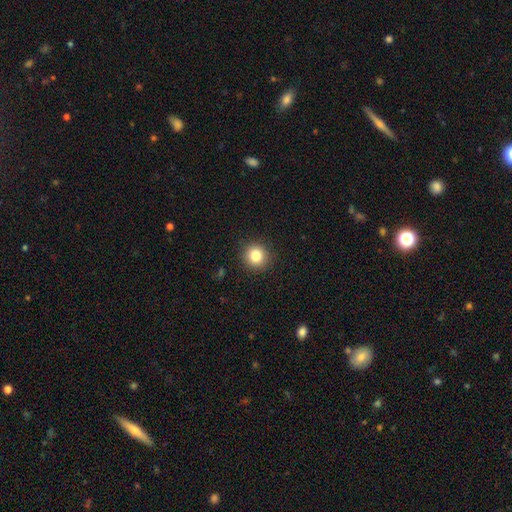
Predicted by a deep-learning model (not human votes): Morphology: type=smooth (83%); roundness=round (93%); merging=none (91%).